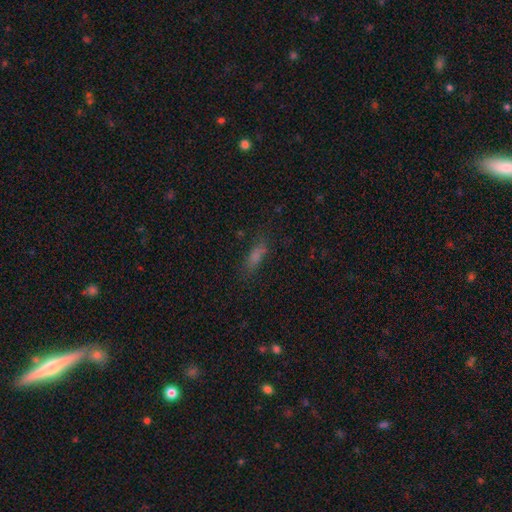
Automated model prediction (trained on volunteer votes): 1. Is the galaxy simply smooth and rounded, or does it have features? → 63% smooth, 21% star or artifact, 16% featured or disk.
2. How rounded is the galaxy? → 53% cigar-shaped, 43% in between, 4% round.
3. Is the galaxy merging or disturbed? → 74% none, 17% minor disturbance, 7% major disturbance, 2% merger.